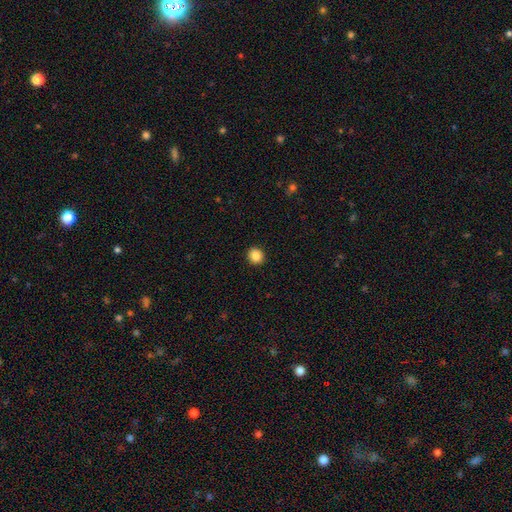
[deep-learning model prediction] This appears to be a smooth galaxy with no disk features (86%) that is round (87%). Merging: none (93%).